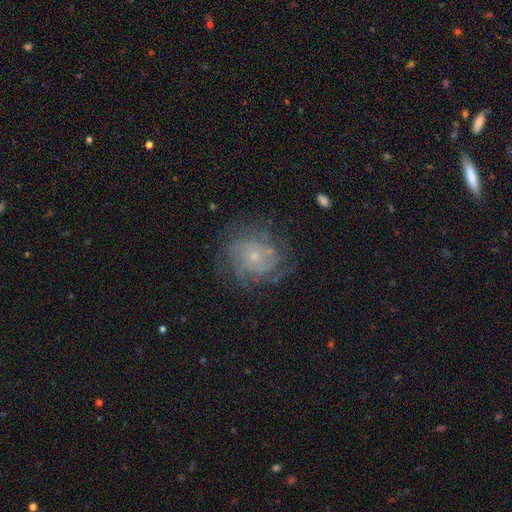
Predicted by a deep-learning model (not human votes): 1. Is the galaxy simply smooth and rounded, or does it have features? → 72% featured or disk, 16% smooth, 13% star or artifact.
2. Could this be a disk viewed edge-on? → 97% no, 3% yes.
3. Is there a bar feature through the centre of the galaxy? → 81% no, 16% weak, 3% strong.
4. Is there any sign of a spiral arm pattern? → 92% yes, 8% no.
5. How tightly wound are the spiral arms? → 65% tight, 27% medium, 8% loose.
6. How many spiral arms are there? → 43% can't tell, 15% 4, 14% 3, 13% 2, 9% more than 4, 7% 1.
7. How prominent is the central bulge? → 78% small, 17% moderate, 3% none, 2% large, 1% dominant.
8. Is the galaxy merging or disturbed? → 76% none, 15% minor disturbance, 8% major disturbance, 1% merger.